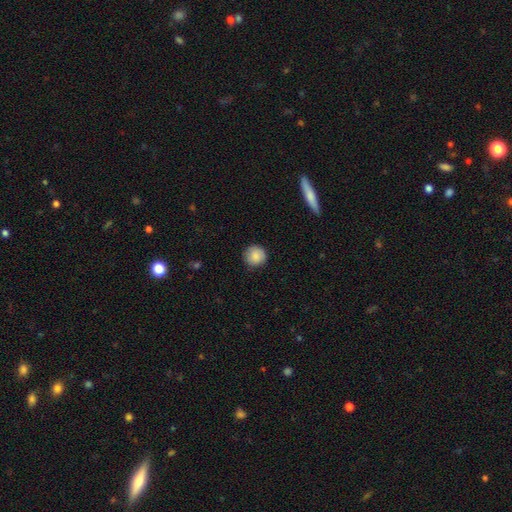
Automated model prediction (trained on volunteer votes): Smooth or featured? smooth (86%)
How rounded? round (94%)
Merging? none (86%)